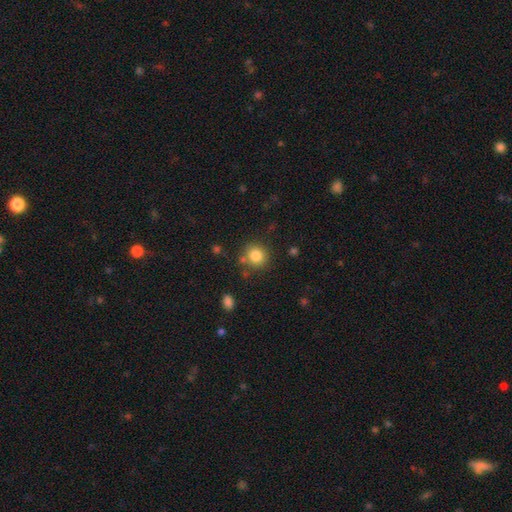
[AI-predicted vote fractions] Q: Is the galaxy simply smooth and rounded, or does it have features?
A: smooth — 83%.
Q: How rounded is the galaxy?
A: round — 87%.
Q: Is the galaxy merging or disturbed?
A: none — 78%.